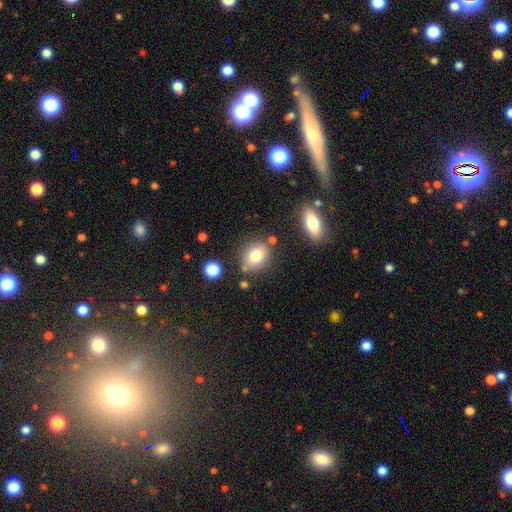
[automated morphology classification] smooth-or-featured: smooth: 79% | featured or disk: 11% | star or artifact: 10%
  how-rounded: round: 57% | in between: 41% | cigar-shaped: 1%
  merging: none: 75% | minor disturbance: 13% | merger: 8% | major disturbance: 4%